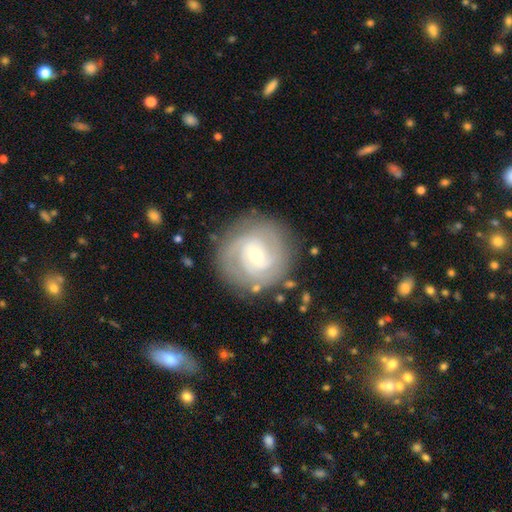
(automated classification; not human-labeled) smooth-or-featured: featured or disk: 83% | smooth: 12% | star or artifact: 5%
  disk-edge-on: no: 98% | yes: 2%
    bar: weak: 50% | no: 36% | strong: 14%
    has-spiral-arms: yes: 94% | no: 6%
      spiral-winding: tight: 69% | medium: 25% | loose: 6%
      spiral-arm-count: 2: 37% | can't tell: 24% | 3: 23% | 4: 7% | 1: 5% | more than 4: 4%
    bulge-size: moderate: 53% | small: 43% | large: 3% | none: 1% | dominant: 1%
  merging: none: 83% | minor disturbance: 11% | major disturbance: 4% | merger: 2%